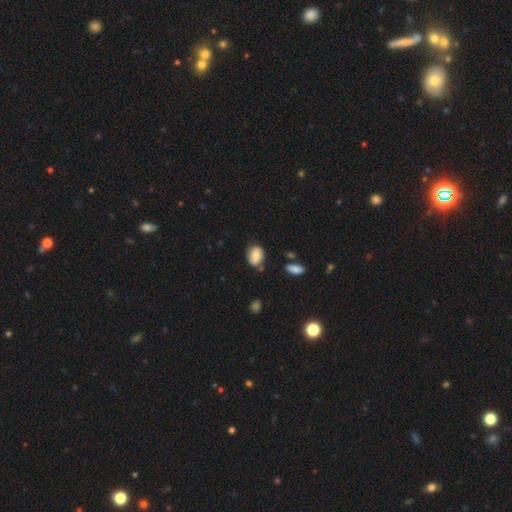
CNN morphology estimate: A smooth galaxy with no disk features (73%) that is in between round and cigar-shaped (65%). Merging: none (68%).